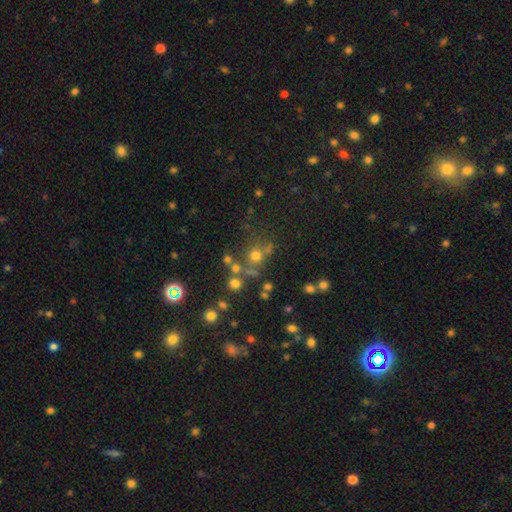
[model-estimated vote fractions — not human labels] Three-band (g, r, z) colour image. It shows a smooth galaxy with no disk features (62%) that is round (88%). Merging: none (64%).